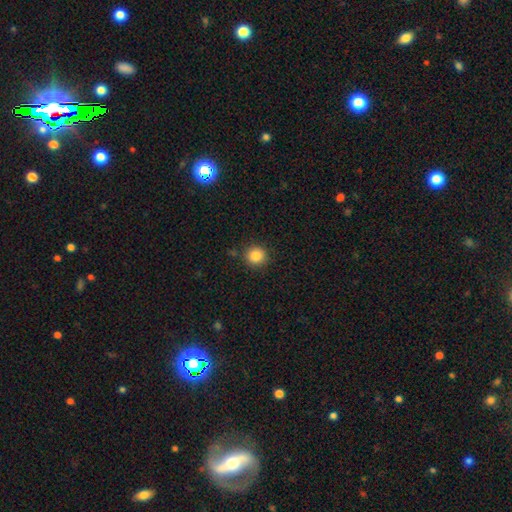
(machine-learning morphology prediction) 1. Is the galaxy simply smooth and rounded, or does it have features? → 84% smooth, 11% star or artifact, 5% featured or disk.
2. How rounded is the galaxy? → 93% round, 6% in between, 1% cigar-shaped.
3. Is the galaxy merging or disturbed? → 88% none, 7% minor disturbance, 2% merger, 2% major disturbance.